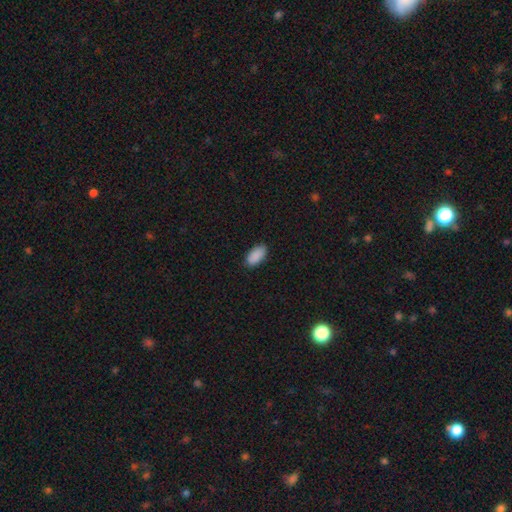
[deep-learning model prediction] Morphology: type=smooth (91%); roundness=in between (94%); merging=none (88%).